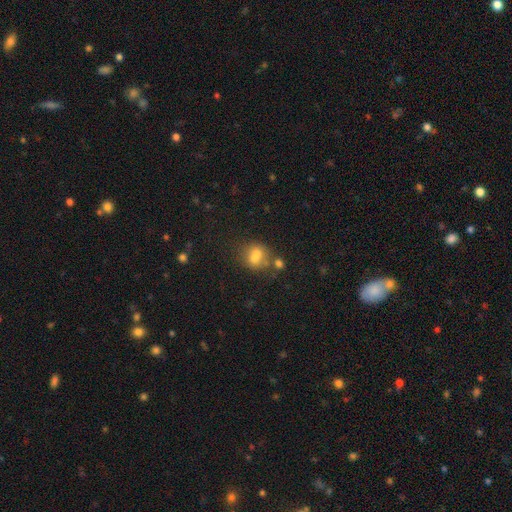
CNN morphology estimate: Smooth or featured? smooth (67%)
How rounded? round (56%)
Merging? none (45%)